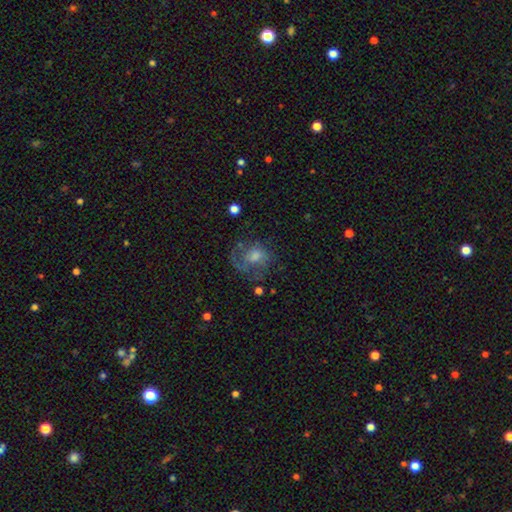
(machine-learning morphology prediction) This is possibly a featured or disk galaxy (48%). Merging: possibly none (49%).